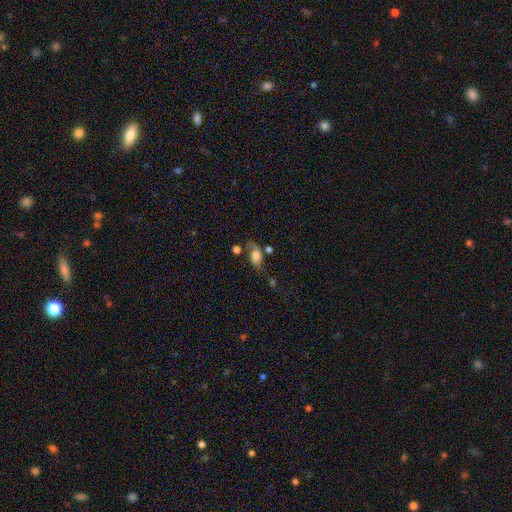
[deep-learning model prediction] smooth-or-featured: smooth: 45% (tied) | featured or disk: 45% (tied) | star or artifact: 11%
  merging: none: 49% | minor disturbance: 23% | major disturbance: 16% | merger: 11%